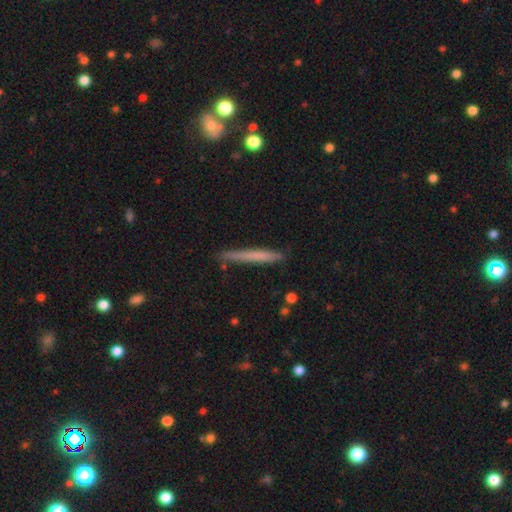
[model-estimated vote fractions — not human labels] Smooth or featured? Predicted: smooth (p=0.62). How rounded? Predicted: cigar-shaped (p=0.97). Merging? Predicted: none (p=0.86).